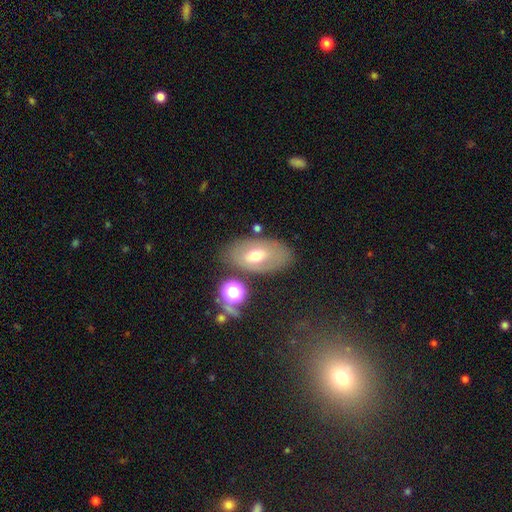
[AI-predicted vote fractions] The model was most divided on "smooth or featured": smooth: 49%, featured or disk: 41%, star or artifact: 10%. More confident: merging — none (73%).